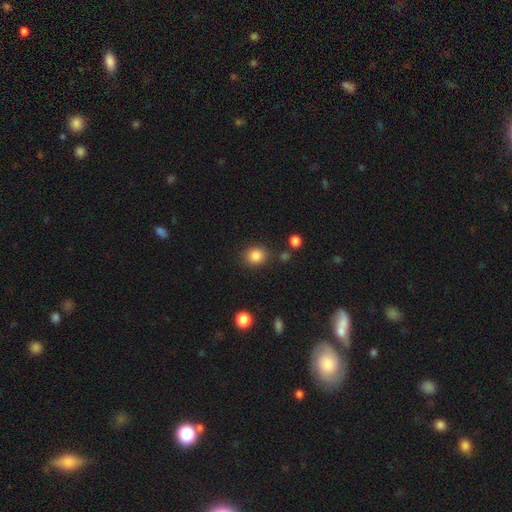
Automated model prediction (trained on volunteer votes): Overall: smooth (85%). How rounded: round (75%). Merging: none (83%).